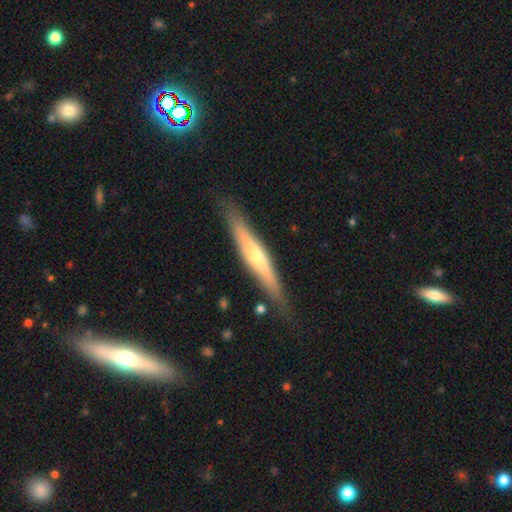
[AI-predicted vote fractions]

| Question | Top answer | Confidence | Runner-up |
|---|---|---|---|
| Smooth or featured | featured or disk | 55% | smooth (39%) |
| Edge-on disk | yes | 93% | no (7%) |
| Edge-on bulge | rounded | 65% | none (27%) |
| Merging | none | 83% | minor disturbance (12%) |